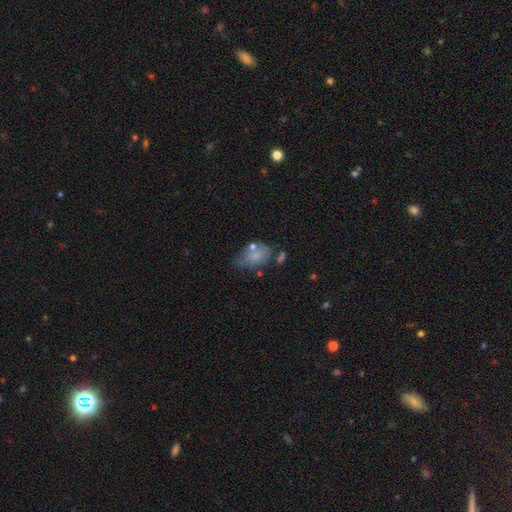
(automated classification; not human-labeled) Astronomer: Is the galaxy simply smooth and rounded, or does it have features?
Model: smooth — 69%.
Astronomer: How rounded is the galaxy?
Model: in between — 87%.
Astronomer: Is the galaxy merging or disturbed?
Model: none — 42% (runner-up: minor disturbance, 28%).